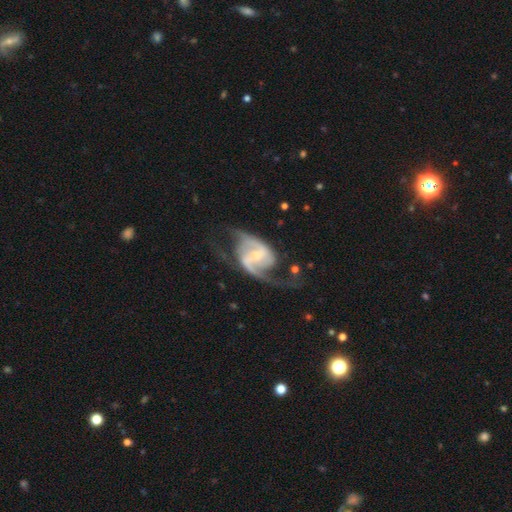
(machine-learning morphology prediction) smooth_or_featured: featured or disk (p=0.90) [alt: smooth p=0.06]
disk_edge_on: no (p=0.97) [alt: yes p=0.03]
bar: weak (p=0.48) [alt: strong p=0.29]
has_spiral_arms: yes (p=0.97) [alt: no p=0.03]
spiral_winding: medium (p=0.46) [alt: loose p=0.42]
spiral_arm_count: 2 (p=0.90) [alt: can't tell p=0.03]
bulge_size: small (p=0.55) [alt: moderate p=0.34]
merging: none (p=0.60) [alt: major disturbance p=0.20]